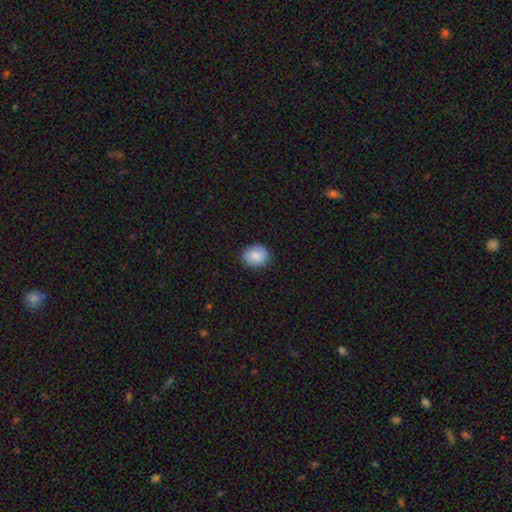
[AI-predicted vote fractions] Smooth or featured: smooth — 80% (featured or disk — 13%)
How rounded: round — 67% (in between — 32%)
Merging: none — 87% (minor disturbance — 10%)